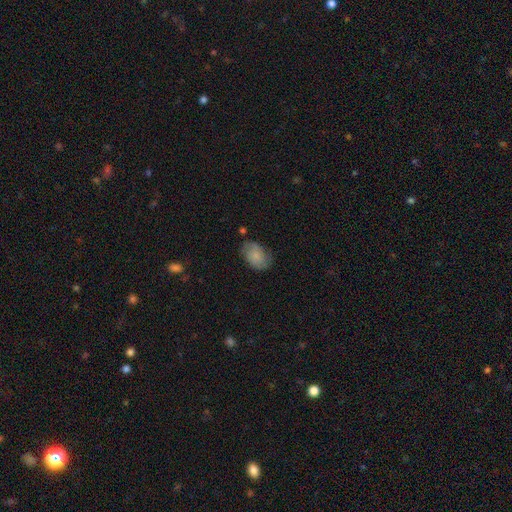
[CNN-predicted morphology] smooth 67%, featured or disk 25%, star or artifact 8%. Down the decision tree: how rounded — in between (85%); merging — none (68%).